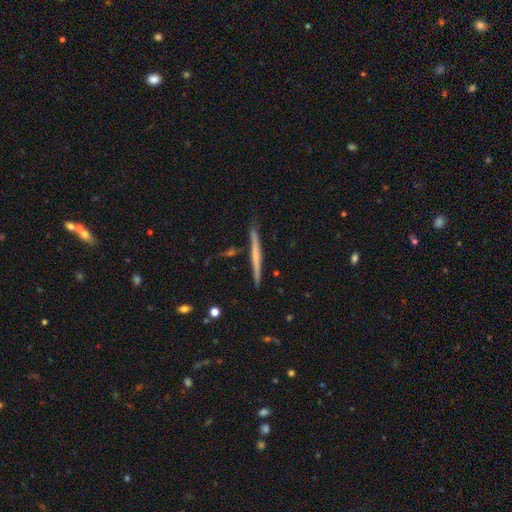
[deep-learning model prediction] featured or disk 55%, smooth 40%, star or artifact 5%. Down the decision tree: edge-on disk — yes (98%); edge-on bulge — none (78%); merging — none (88%).